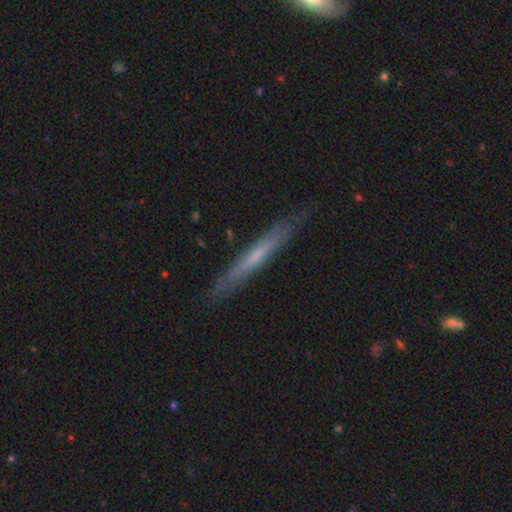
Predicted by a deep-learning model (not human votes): Smooth or featured: featured or disk — 51% (smooth — 43%)
Edge-on disk: yes — 90% (no — 10%)
Merging: none — 86% (minor disturbance — 11%)